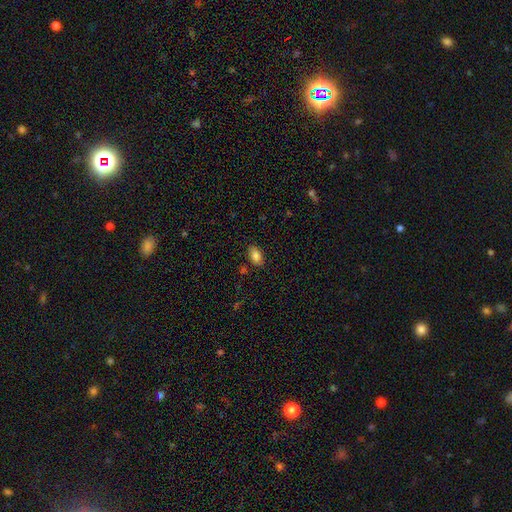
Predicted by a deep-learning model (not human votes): Morphology: type=smooth (85%); roundness=in between (92%); merging=none (83%).